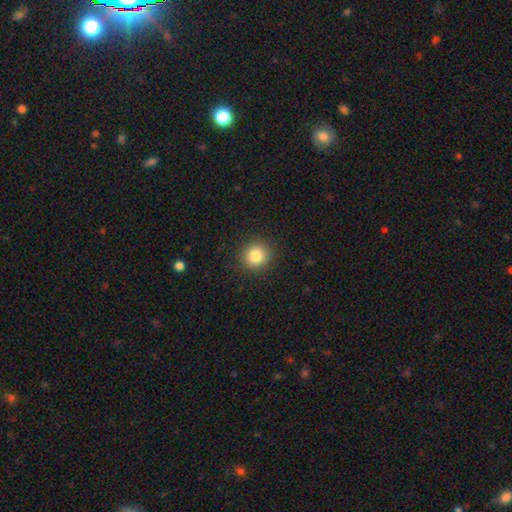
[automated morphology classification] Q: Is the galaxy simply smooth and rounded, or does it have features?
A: smooth — 82%.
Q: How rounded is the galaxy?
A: round — 92%.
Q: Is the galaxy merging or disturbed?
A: none — 91%.